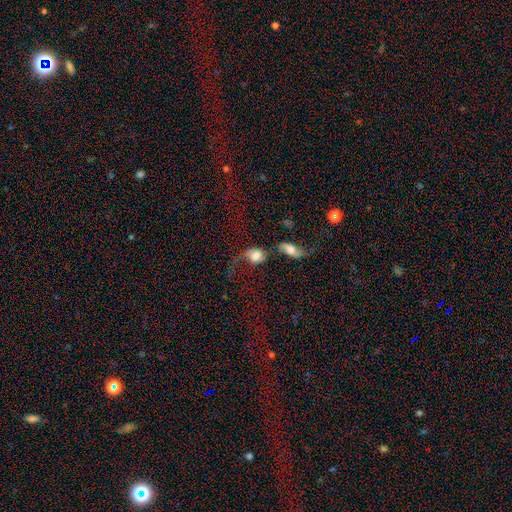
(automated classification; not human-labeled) Smooth or featured? Predicted: smooth (p=0.53). How rounded? Predicted: in between (p=0.59). Merging? Predicted: merger (p=0.45).